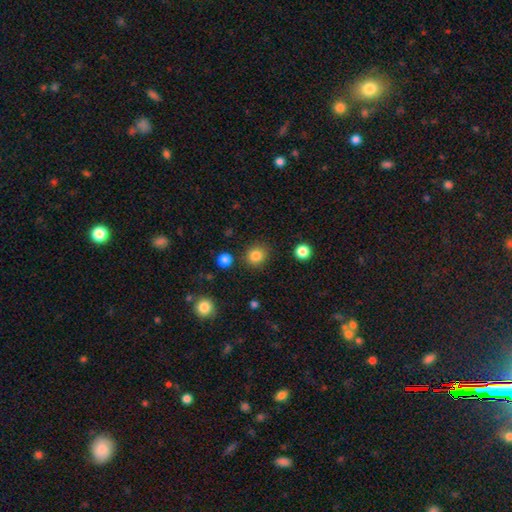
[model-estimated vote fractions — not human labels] A smooth galaxy with no disk features (84%) that is round (84%). Merging: none (87%).